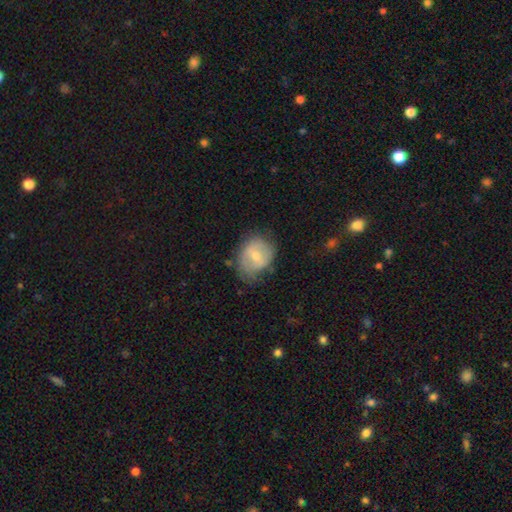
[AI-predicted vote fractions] A smooth galaxy with no disk features (50%). Merging: none (52%).